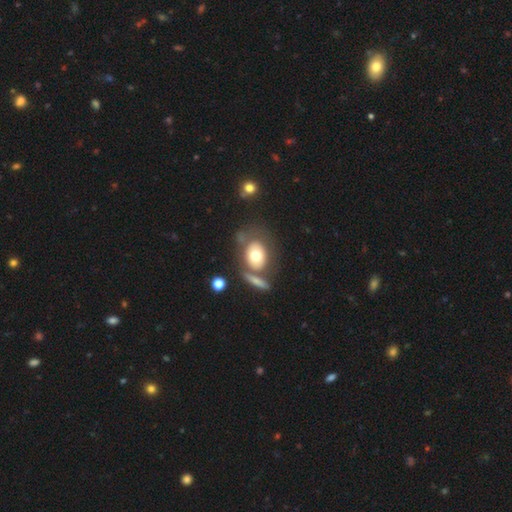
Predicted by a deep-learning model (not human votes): Overall: smooth (65%; featured or disk 27%). How rounded: in between (65%; round 33%). Merging: none (51%; merger 22%).